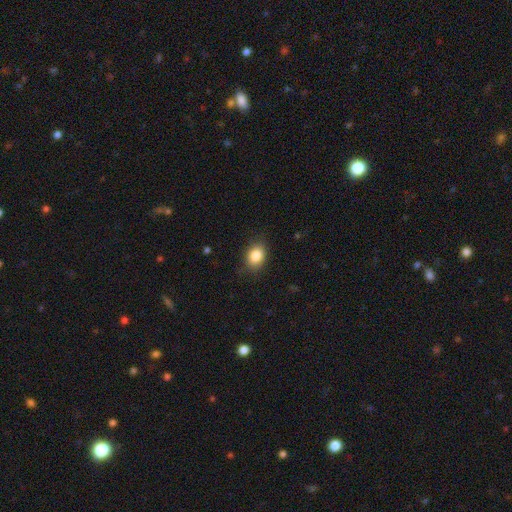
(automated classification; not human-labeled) smooth 85%, star or artifact 9%, featured or disk 6%. Down the decision tree: how rounded — in between (63%); merging — none (81%).